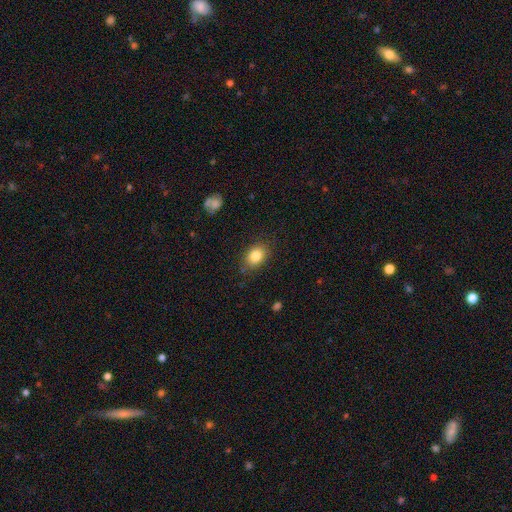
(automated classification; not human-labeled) smooth-or-featured: smooth: 83% | star or artifact: 9% | featured or disk: 8%
  how-rounded: in between: 67% | round: 32% | cigar-shaped: 1%
  merging: none: 83% | minor disturbance: 13% | major disturbance: 3% | merger: 1%